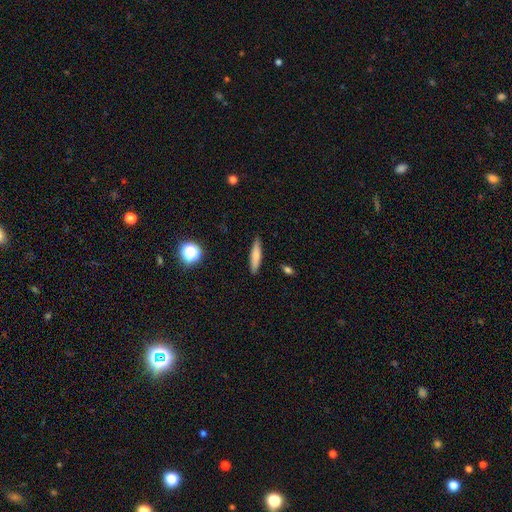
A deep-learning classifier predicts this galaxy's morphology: Q: Smooth or featured?
A: smooth (72%); runner-up: featured or disk (20%)
Q: How rounded?
A: cigar-shaped (80%); runner-up: in between (17%)
Q: Merging?
A: none (88%); runner-up: minor disturbance (9%)